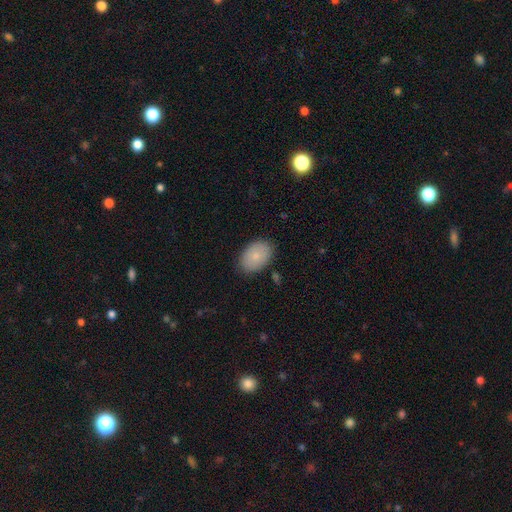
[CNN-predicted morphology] Smooth or featured? Predicted: smooth (p=0.81). How rounded? Predicted: in between (p=0.86). Merging? Predicted: none (p=0.85).